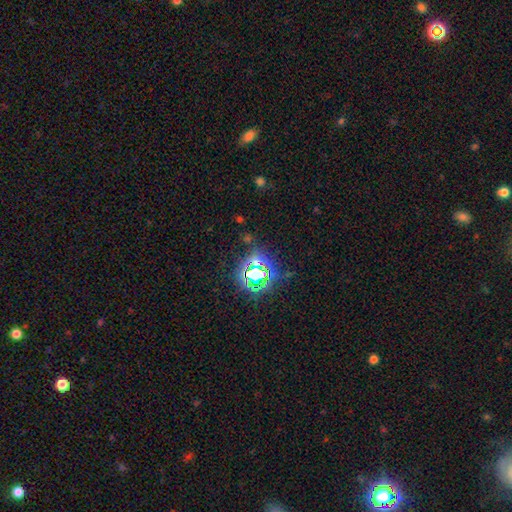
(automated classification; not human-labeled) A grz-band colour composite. It shows a star or artifact, not a galaxy (77%).